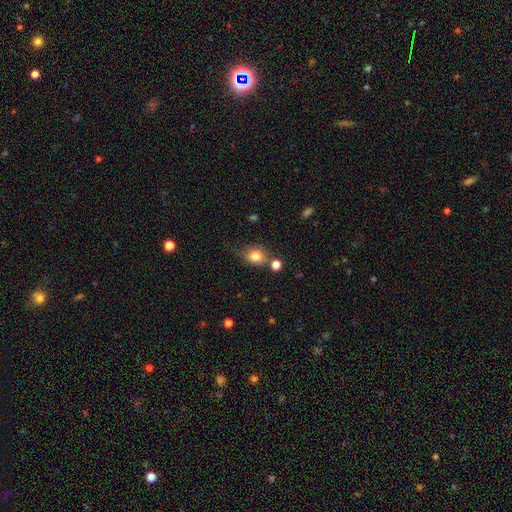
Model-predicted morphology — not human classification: Overall: smooth (81%). How rounded: round (54%; in between 45%). Merging: none (62%).